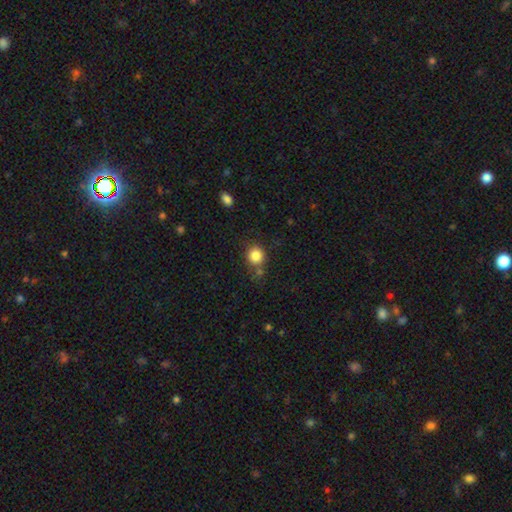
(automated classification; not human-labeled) smooth 84%, star or artifact 11%, featured or disk 5%. Down the decision tree: how rounded — round (85%); merging — none (72%).